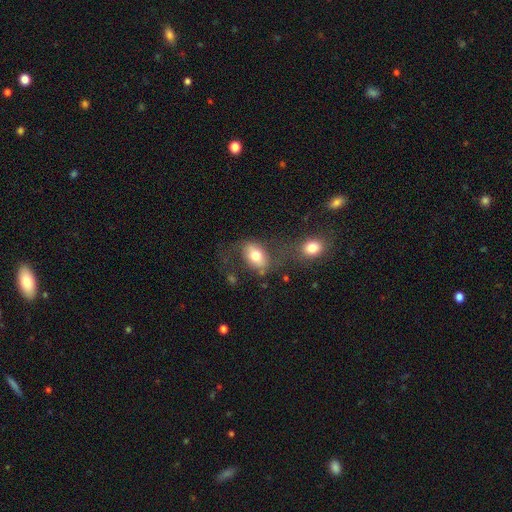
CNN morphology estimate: A smooth galaxy with no disk features (67%) that is in between round and cigar-shaped (84%). Merging: none (51%).